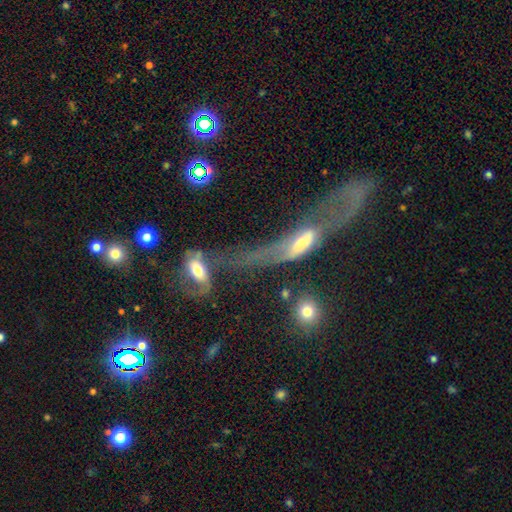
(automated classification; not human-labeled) smooth_or_featured: featured or disk (p=0.57) [alt: smooth p=0.28]
disk_edge_on: no (p=0.58) [alt: yes p=0.42]
merging: major disturbance (p=0.37) [alt: merger p=0.35]